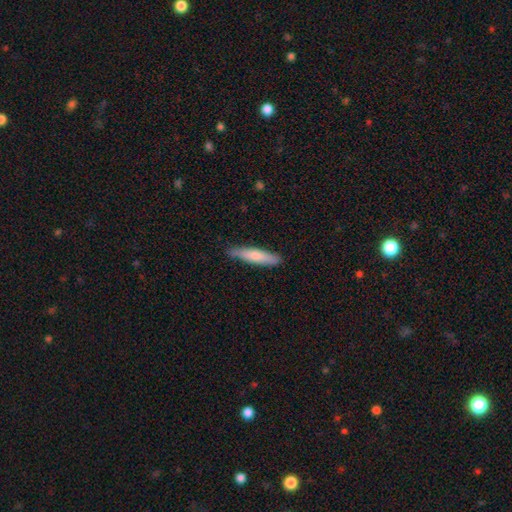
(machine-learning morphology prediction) Smooth or featured? smooth (73%)
How rounded? cigar-shaped (85%)
Merging? none (84%)